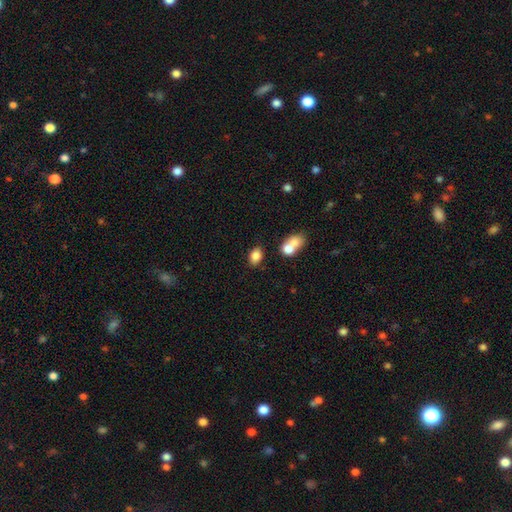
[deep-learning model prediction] A smooth galaxy with no disk features (84%) that is in between round and cigar-shaped (77%).

Vote fractions:
- Smooth or featured? smooth: 84% / star or artifact: 9% / featured or disk: 7%
- How rounded? in between: 77% / round: 22% / cigar-shaped: 1%
- Merging? none: 71% / merger: 14% / minor disturbance: 12% / major disturbance: 4%